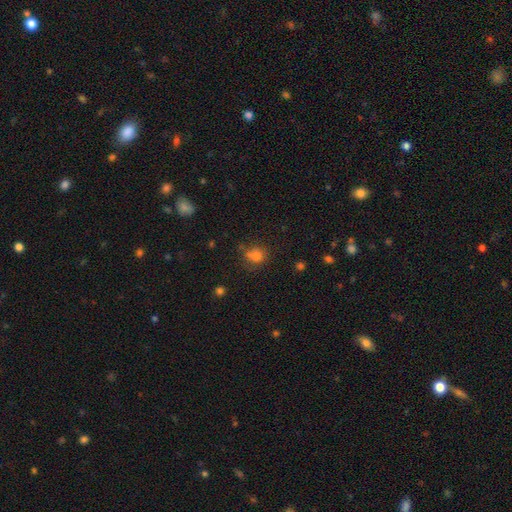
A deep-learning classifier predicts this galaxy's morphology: A smooth galaxy with no disk features (78%) that is round (74%). Merging: none (60%).